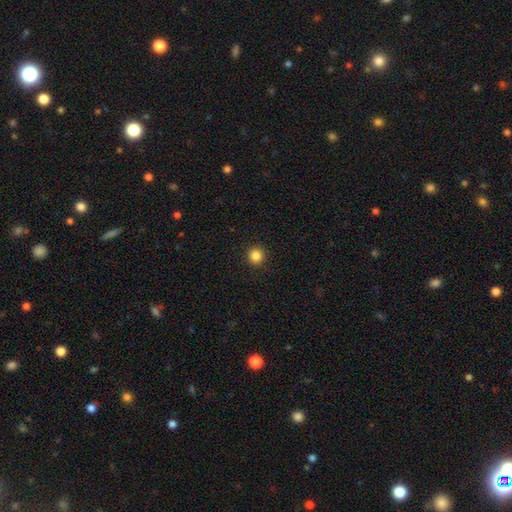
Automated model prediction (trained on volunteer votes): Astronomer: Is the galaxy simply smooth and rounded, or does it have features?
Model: smooth — 85%.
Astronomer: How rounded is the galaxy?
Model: round — 94%.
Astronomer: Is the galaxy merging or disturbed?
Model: none — 93%.